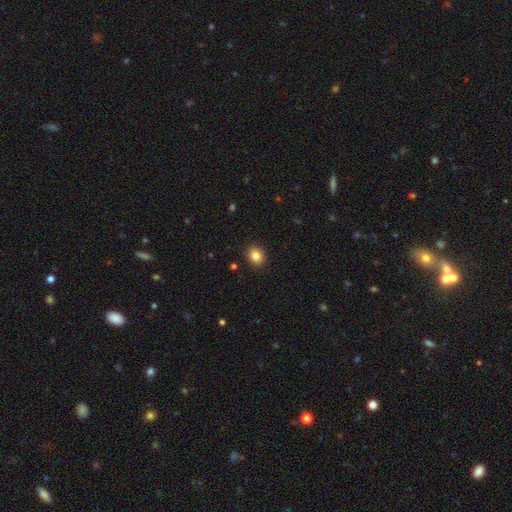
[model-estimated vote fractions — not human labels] smooth_or_featured: smooth (p=0.85) [alt: star or artifact p=0.10]
how_rounded: round (p=0.61) [alt: in between p=0.39]
merging: none (p=0.90) [alt: minor disturbance p=0.07]